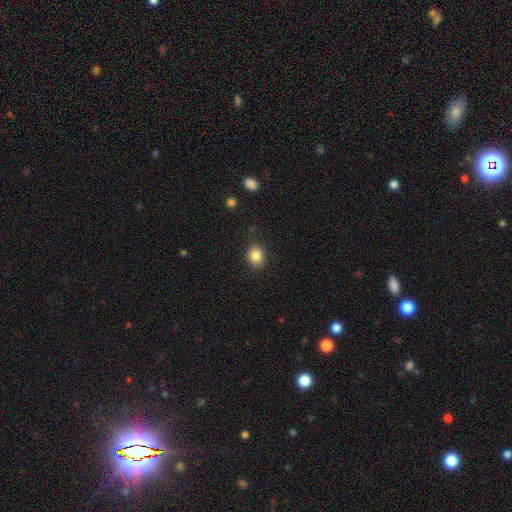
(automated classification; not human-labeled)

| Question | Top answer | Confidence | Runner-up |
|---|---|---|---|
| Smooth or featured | smooth | 85% | star or artifact (10%) |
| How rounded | round | 63% | in between (36%) |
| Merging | none | 83% | minor disturbance (12%) |